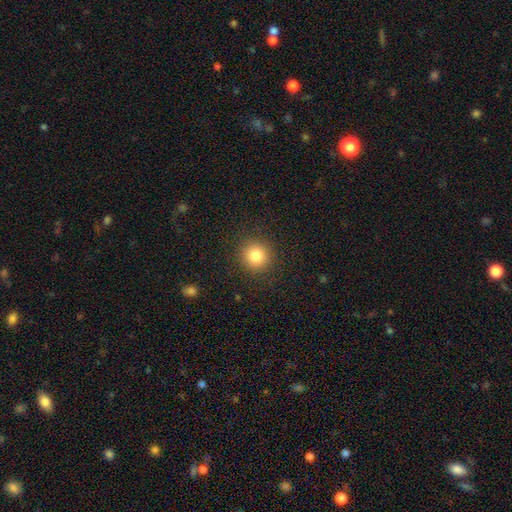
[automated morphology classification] This appears to be a smooth galaxy with no disk features (83%) that is round (93%). Merging: none (91%).